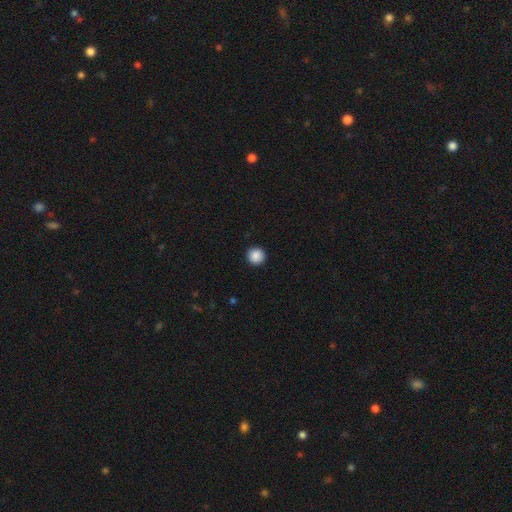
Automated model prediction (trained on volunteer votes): Smooth or featured? smooth (89%)
How rounded? round (96%)
Merging? none (92%)